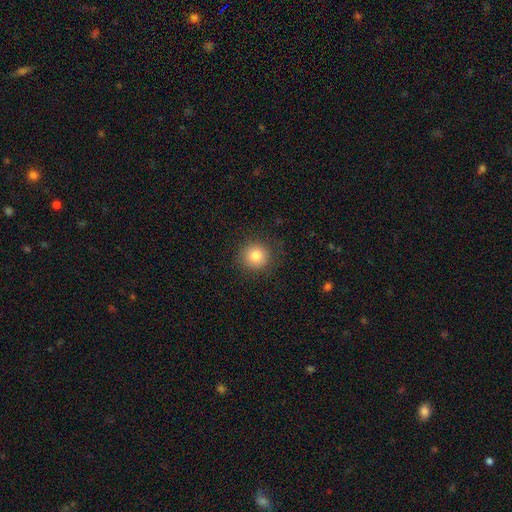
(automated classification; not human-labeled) Smooth or featured? Predicted: smooth (p=0.83). How rounded? Predicted: round (p=0.94). Merging? Predicted: none (p=0.89).